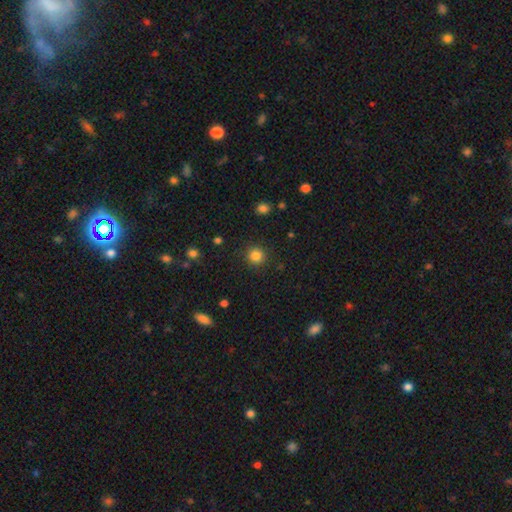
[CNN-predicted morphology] This is clearly a smooth galaxy (83%). How rounded: clearly round (92%). Merging: clearly none (90%).